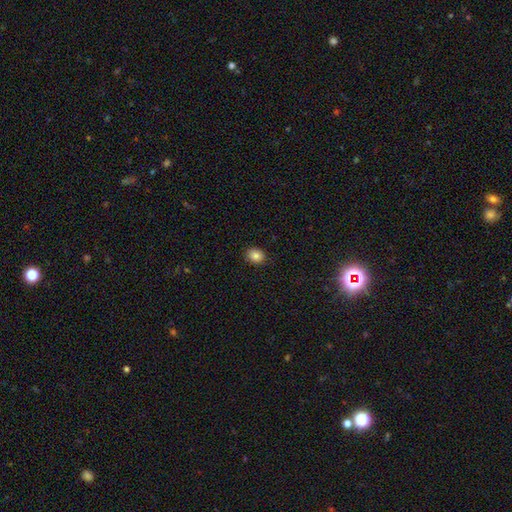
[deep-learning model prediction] Smooth or featured?
  - smooth: 85% *
  - star or artifact: 10%
  - featured or disk: 5%
How rounded?
  - round: 51% *
  - in between: 48%
  - cigar-shaped: 1%
Merging?
  - none: 89% *
  - minor disturbance: 8%
  - major disturbance: 2%
  - merger: 1%